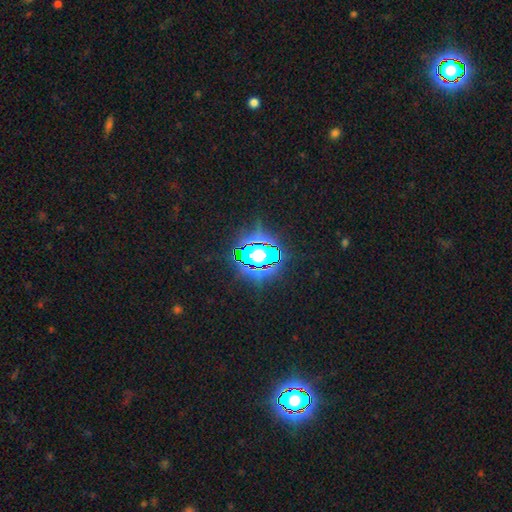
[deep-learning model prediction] Morphology: type=star or artifact (75%).